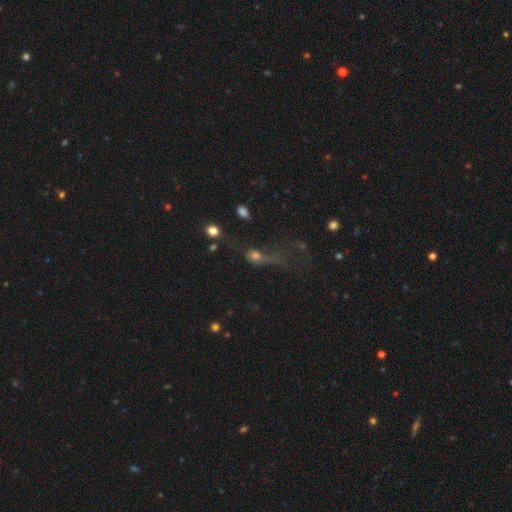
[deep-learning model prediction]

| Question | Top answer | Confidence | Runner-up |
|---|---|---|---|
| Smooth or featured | smooth | 51% | featured or disk (26%) |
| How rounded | in between | 44% | round (38%) |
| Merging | major disturbance | 49% | none (26%) |